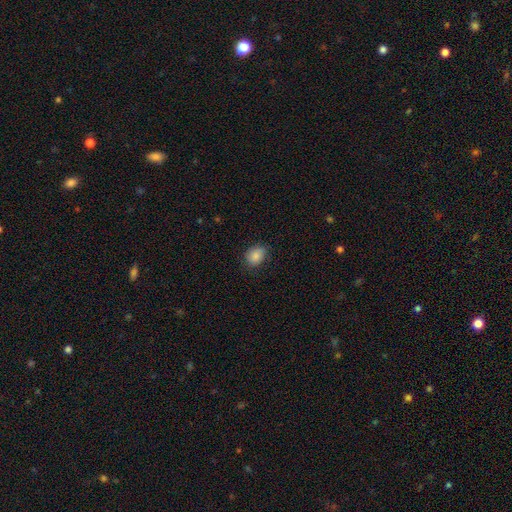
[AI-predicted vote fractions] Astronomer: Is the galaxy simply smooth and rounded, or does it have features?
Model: smooth — 86%.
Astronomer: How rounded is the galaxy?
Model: in between — 60% (runner-up: round, 39%).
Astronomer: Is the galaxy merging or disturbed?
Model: none — 80%.